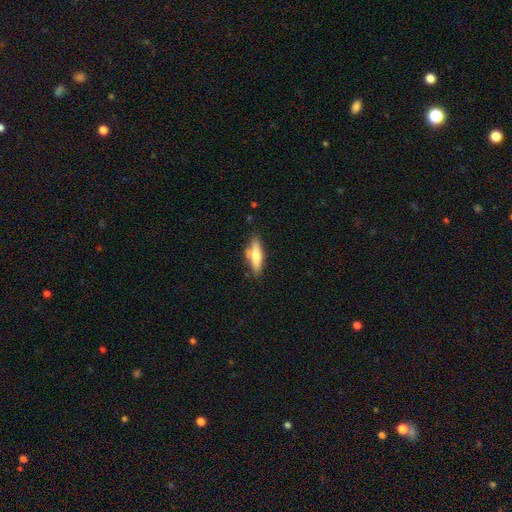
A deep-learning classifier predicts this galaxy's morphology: The model was most divided on "how rounded": cigar-shaped: 60%, in between: 38%, round: 2%. More confident: merging — none (71%); smooth or featured — smooth (60%).